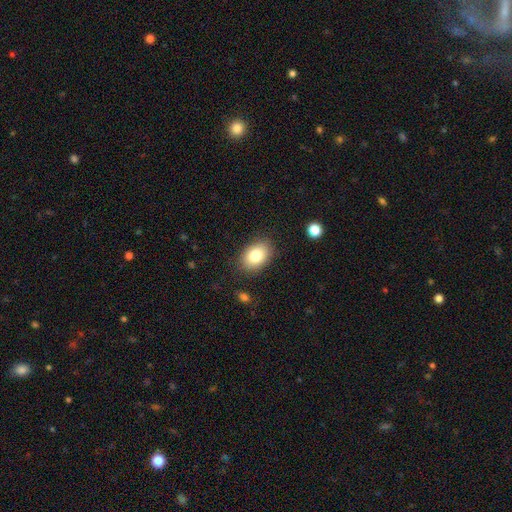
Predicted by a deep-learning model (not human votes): Overall: smooth (83%). How rounded: in between (82%). Merging: none (85%).